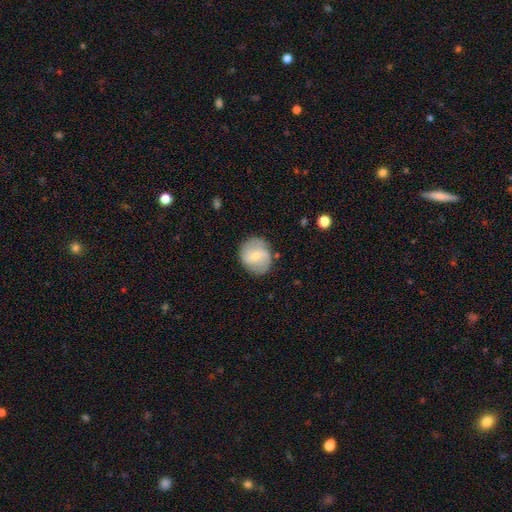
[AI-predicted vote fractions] Q: Smooth or featured?
A: featured or disk (48%); runner-up: smooth (45%)
Q: Merging?
A: none (76%); runner-up: minor disturbance (17%)